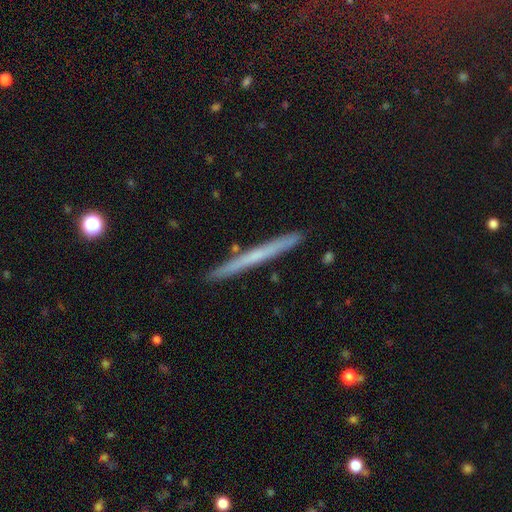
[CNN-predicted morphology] smooth-or-featured: featured or disk: 49% | smooth: 44% | star or artifact: 7%
  merging: none: 91% | minor disturbance: 6% | merger: 1% | major disturbance: 1%